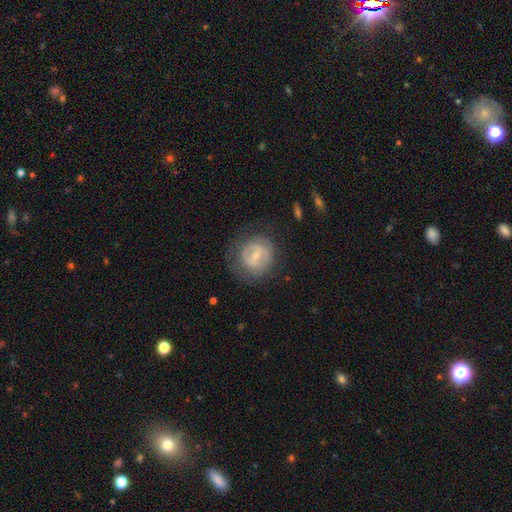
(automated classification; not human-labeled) Morphology: type=featured or disk (58%); edge-on=no (95%); bar=weak (45%); spiral arms=no (66%); bulge=small (52%); merging=none (70%).